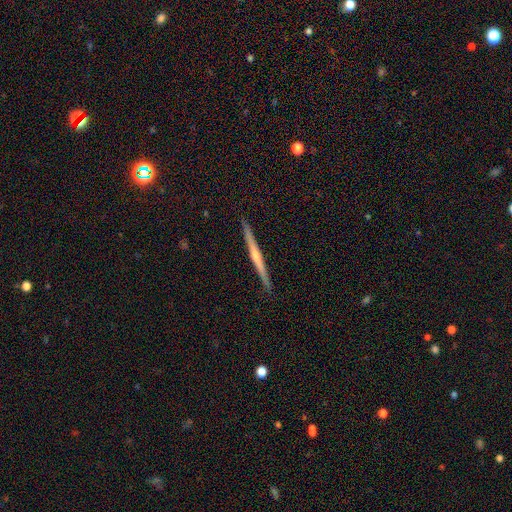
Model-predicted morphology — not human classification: This appears to be a featured or disk galaxy (72%) viewed edge-on (98%) with a rounded central bulge (65%). Merging: none (92%).